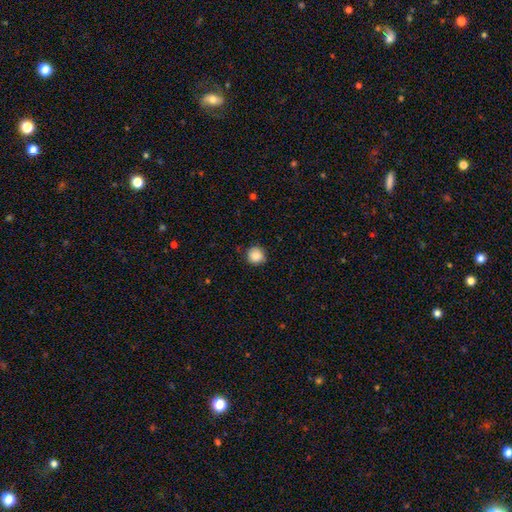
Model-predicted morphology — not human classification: Q: Smooth or featured?
A: smooth (88%); runner-up: star or artifact (9%)
Q: How rounded?
A: round (93%); runner-up: in between (7%)
Q: Merging?
A: none (86%); runner-up: minor disturbance (11%)